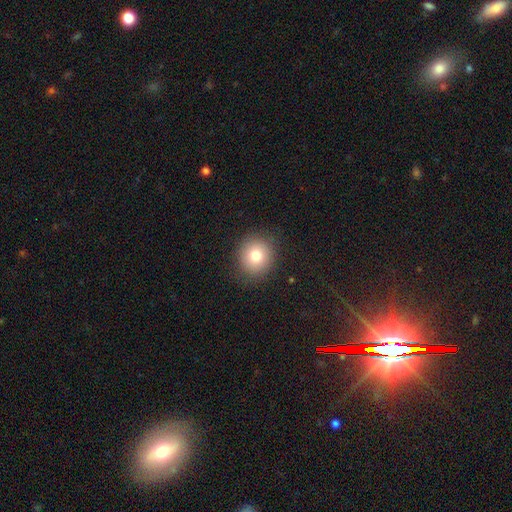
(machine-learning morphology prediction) smooth 78%, star or artifact 11%, featured or disk 11%. Down the decision tree: how rounded — round (87%); merging — none (88%).